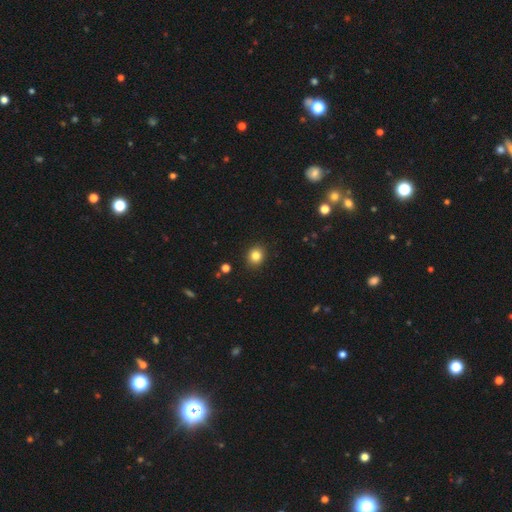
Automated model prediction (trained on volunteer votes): smooth_or_featured: smooth (p=0.83) [alt: star or artifact p=0.12]
how_rounded: round (p=0.73) [alt: in between p=0.26]
merging: none (p=0.91) [alt: minor disturbance p=0.06]